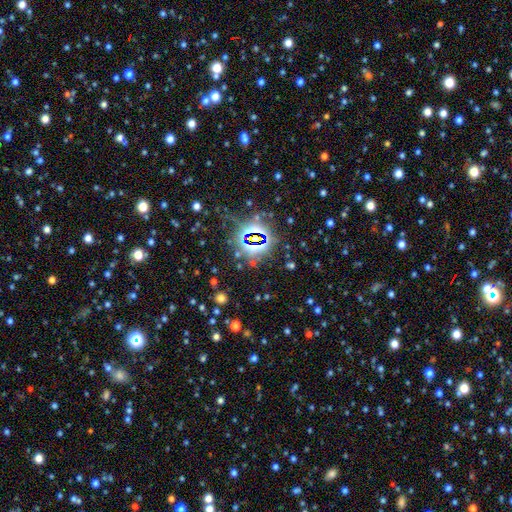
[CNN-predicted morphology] Smooth or featured?
  - star or artifact: 76% *
  - smooth: 15%
  - featured or disk: 9%